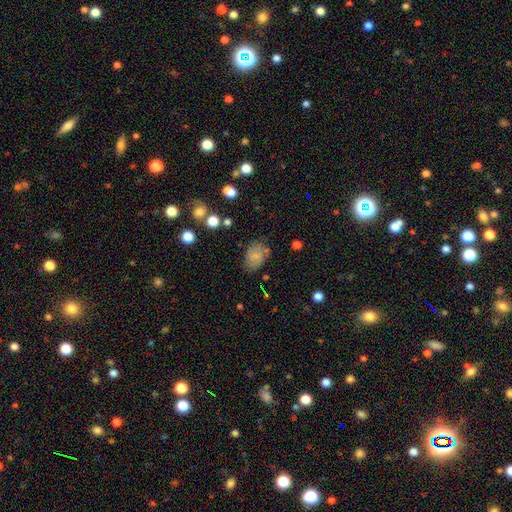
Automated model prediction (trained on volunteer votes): A smooth galaxy with no disk features (58%) that is in between round and cigar-shaped (75%). Merging: none (66%).